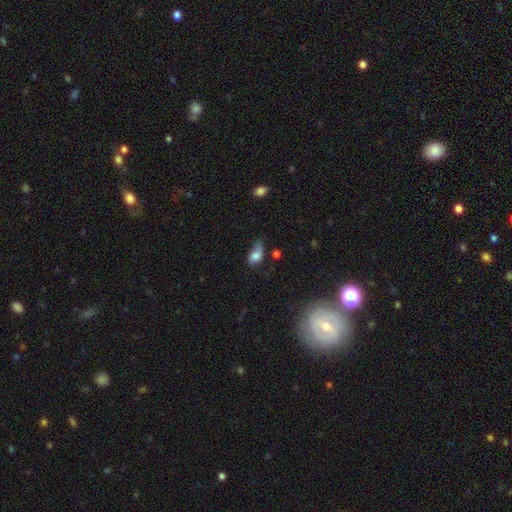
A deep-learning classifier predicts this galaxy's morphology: A smooth galaxy with no disk features (74%) that is in between round and cigar-shaped (79%).

Vote fractions:
- Smooth or featured? smooth: 74% / featured or disk: 15% / star or artifact: 10%
- How rounded? in between: 79% / round: 18% / cigar-shaped: 3%
- Merging? minor disturbance: 36% / major disturbance: 30% / none: 26% / merger: 8%